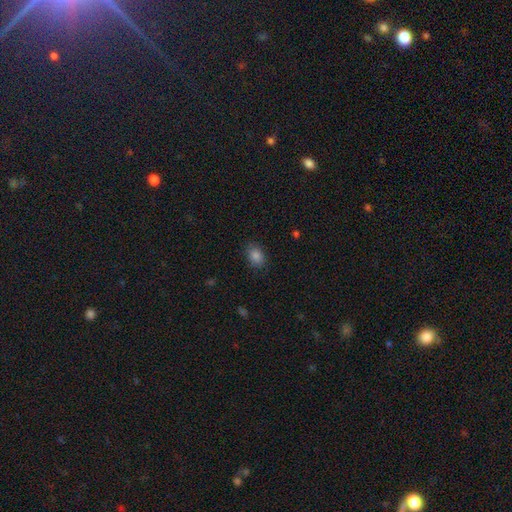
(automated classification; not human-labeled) Smooth or featured? Predicted: smooth (p=0.84). How rounded? Predicted: in between (p=0.70). Merging? Predicted: none (p=0.85).